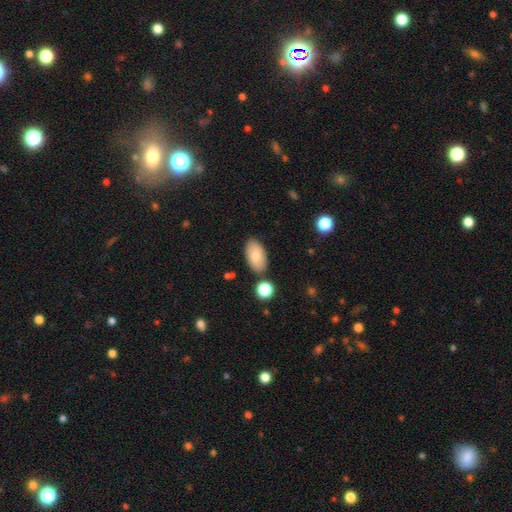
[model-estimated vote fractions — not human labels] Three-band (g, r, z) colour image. It shows a smooth galaxy with no disk features (79%) that is in between round and cigar-shaped (94%). Merging: none (81%).